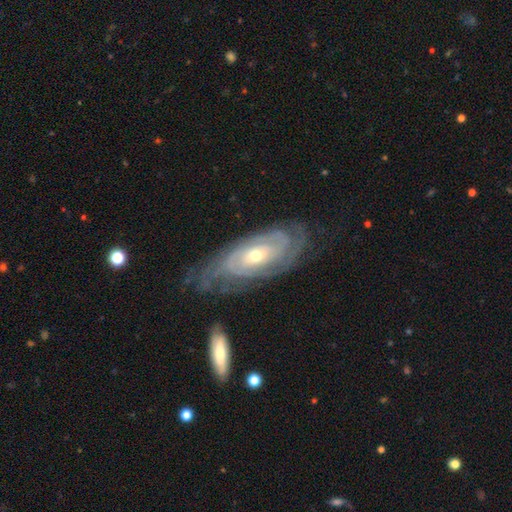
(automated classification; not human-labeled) smooth-or-featured: featured or disk: 86% | smooth: 9% | star or artifact: 5%
  disk-edge-on: no: 92% | yes: 8%
    bar: no: 71% | weak: 21% | strong: 8%
    has-spiral-arms: yes: 94% | no: 6%
      spiral-winding: tight: 75% | medium: 19% | loose: 5%
      spiral-arm-count: can't tell: 40% | 2: 27% | 3: 14% | 4: 9% | more than 4: 5% | 1: 5%
    bulge-size: moderate: 49% | small: 47% | large: 2% | dominant: 1% | none: 1%
  merging: none: 67% | minor disturbance: 21% | major disturbance: 10% | merger: 2%